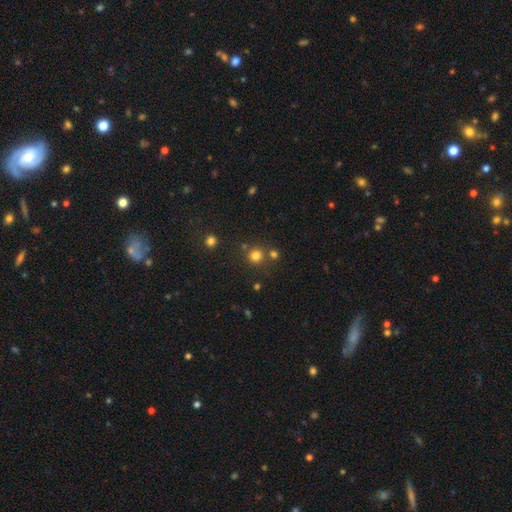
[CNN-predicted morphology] Overall: smooth (78%). How rounded: round (92%). Merging: none (74%).